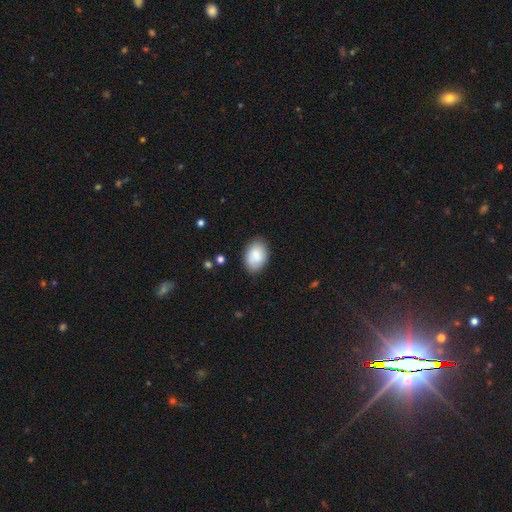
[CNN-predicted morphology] smooth 79%, featured or disk 14%, star or artifact 7%. Down the decision tree: how rounded — in between (86%); merging — none (79%).